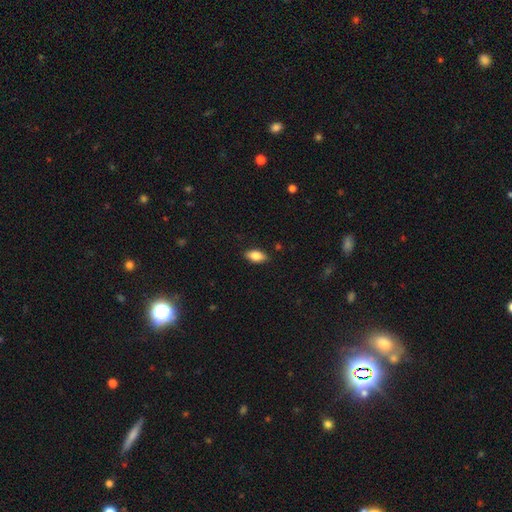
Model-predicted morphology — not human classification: The model was most divided on "smooth or featured": smooth: 81%, featured or disk: 12%, star or artifact: 7%. More confident: how rounded — in between (89%); merging — none (87%).